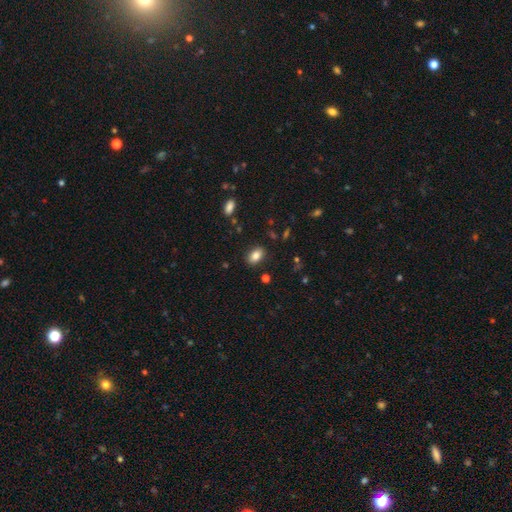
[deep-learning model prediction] smooth-or-featured: smooth: 84% | star or artifact: 9% | featured or disk: 7%
  how-rounded: in between: 86% | round: 12% | cigar-shaped: 2%
  merging: none: 86% | minor disturbance: 10% | major disturbance: 2% | merger: 2%